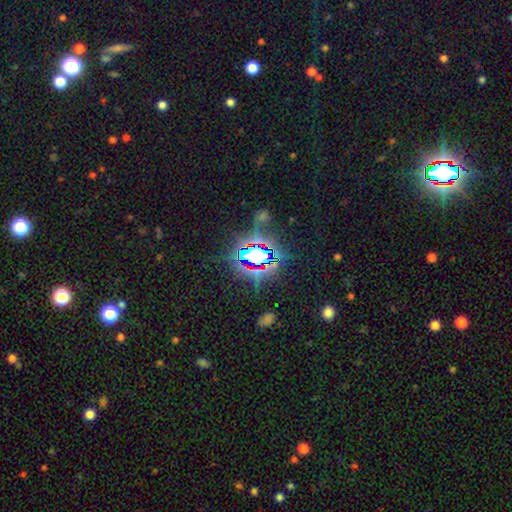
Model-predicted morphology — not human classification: type=star or artifact (77%).